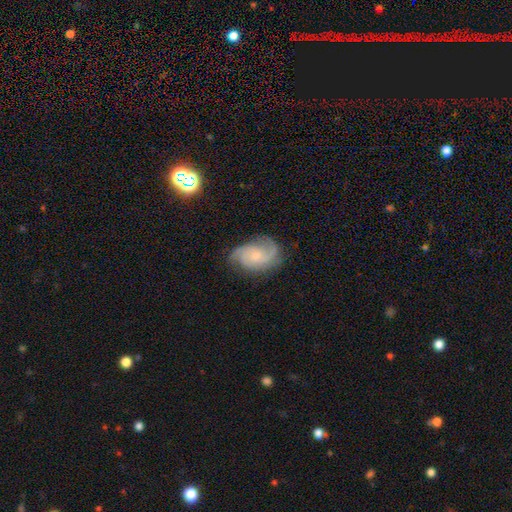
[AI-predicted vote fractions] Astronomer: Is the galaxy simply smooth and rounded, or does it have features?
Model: featured or disk — 81%.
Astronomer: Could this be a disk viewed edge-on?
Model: no — 97%.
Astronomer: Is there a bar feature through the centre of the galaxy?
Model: no — 72%.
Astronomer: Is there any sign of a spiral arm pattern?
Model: yes — 96%.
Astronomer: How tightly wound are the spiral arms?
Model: medium — 46% (runner-up: tight, 36%).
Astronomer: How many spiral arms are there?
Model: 2 — 36% (runner-up: 3, 34%).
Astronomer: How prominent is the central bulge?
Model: small — 69%.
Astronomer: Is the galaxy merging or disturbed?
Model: none — 70%.